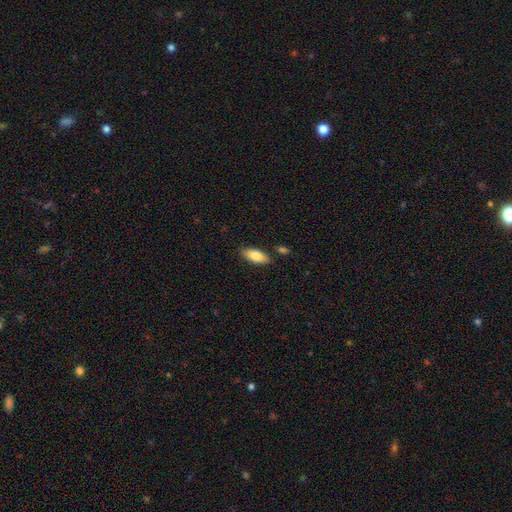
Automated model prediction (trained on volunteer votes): Q: Smooth or featured?
A: smooth (82%); runner-up: featured or disk (12%)
Q: How rounded?
A: in between (82%); runner-up: cigar-shaped (16%)
Q: Merging?
A: none (83%); runner-up: minor disturbance (11%)